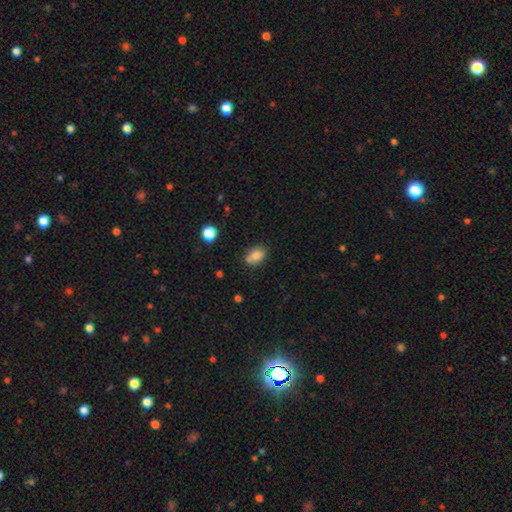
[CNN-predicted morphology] Q: Smooth or featured?
A: smooth (81%); runner-up: star or artifact (10%)
Q: How rounded?
A: in between (73%); runner-up: round (25%)
Q: Merging?
A: none (63%); runner-up: minor disturbance (18%)